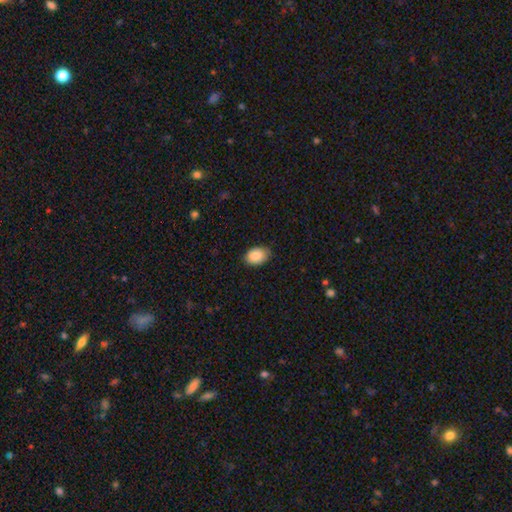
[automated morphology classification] This is clearly a smooth galaxy (89%). How rounded: clearly in between (83%). Merging: clearly none (82%).